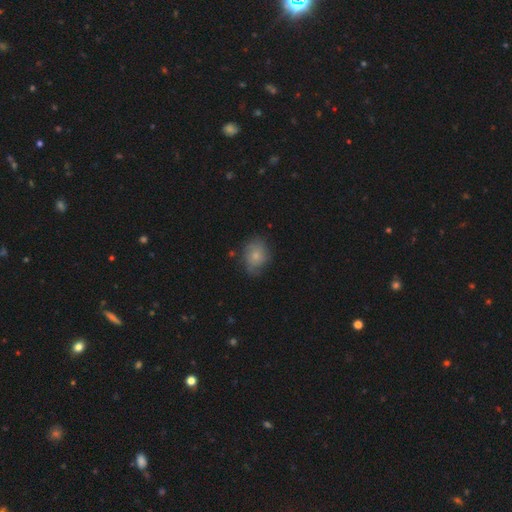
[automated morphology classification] Smooth or featured? Predicted: smooth (p=0.72). How rounded? Predicted: in between (p=0.50). Merging? Predicted: none (p=0.62).